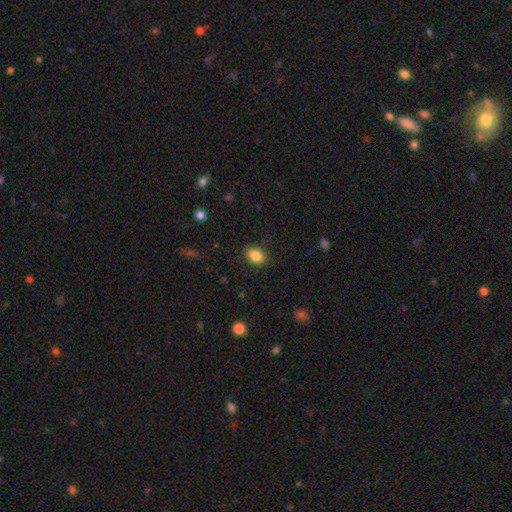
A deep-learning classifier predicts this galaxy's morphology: smooth_or_featured: smooth (p=0.86) [alt: star or artifact p=0.09]
how_rounded: in between (p=0.72) [alt: round p=0.27]
merging: none (p=0.86) [alt: minor disturbance p=0.10]